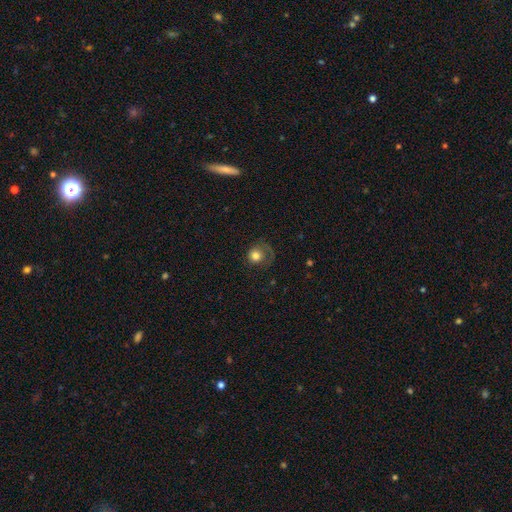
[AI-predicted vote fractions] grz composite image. It shows a smooth galaxy with no disk features (72%) that is round (84%). Merging: none (50%).